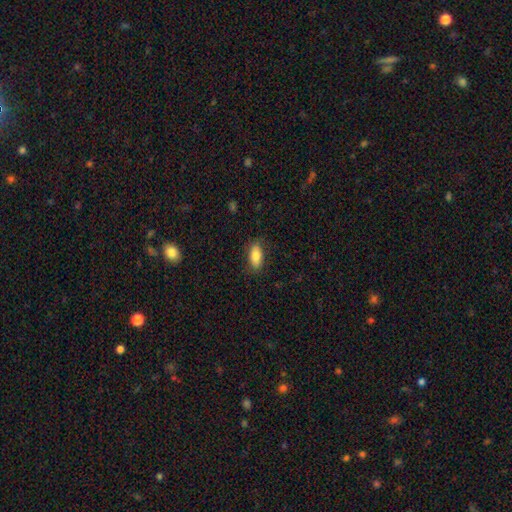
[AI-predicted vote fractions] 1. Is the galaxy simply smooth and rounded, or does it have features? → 81% smooth, 12% featured or disk, 7% star or artifact.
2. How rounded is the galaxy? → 84% in between, 12% cigar-shaped, 3% round.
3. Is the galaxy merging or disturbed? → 84% none, 12% minor disturbance, 3% major disturbance, 1% merger.